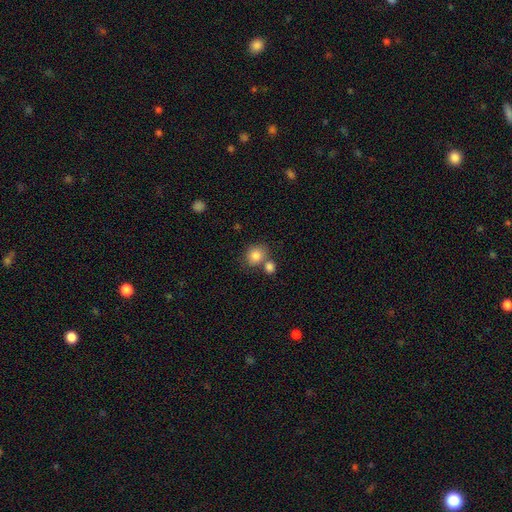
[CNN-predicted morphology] Overall: smooth (84%). How rounded: round (73%). Merging: none (56%; merger 30%).